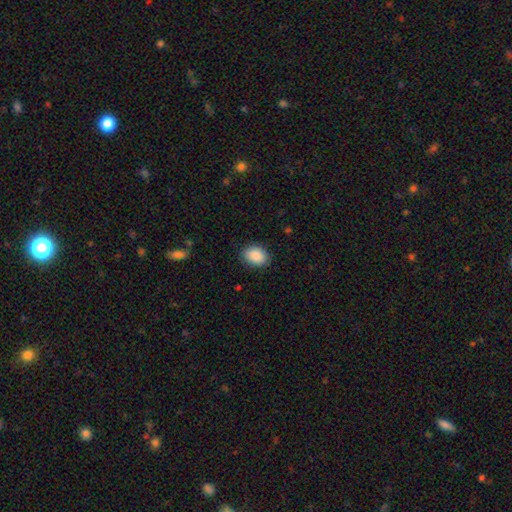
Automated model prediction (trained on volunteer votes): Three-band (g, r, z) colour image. It shows a smooth galaxy with no disk features (89%) that is in between round and cigar-shaped (72%). Merging: none (86%).